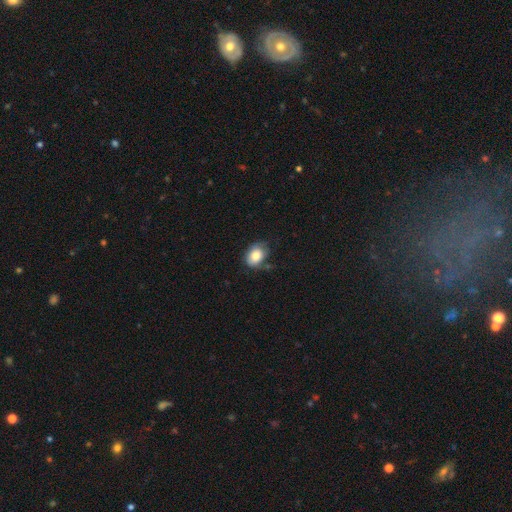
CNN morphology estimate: Smooth or featured? smooth (78%)
How rounded? in between (72%)
Merging? none (57%)